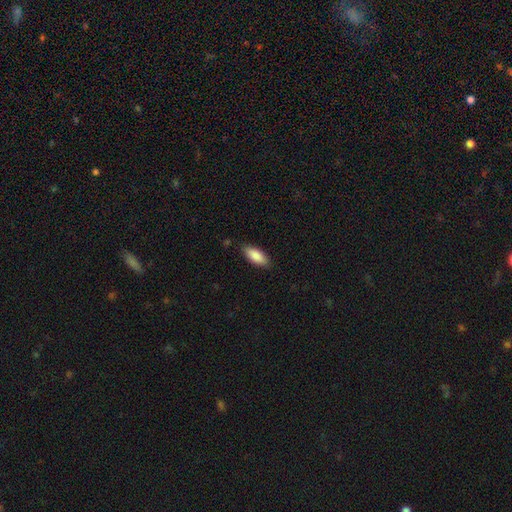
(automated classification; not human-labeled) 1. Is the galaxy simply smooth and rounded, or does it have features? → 87% smooth, 8% featured or disk, 6% star or artifact.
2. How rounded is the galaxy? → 79% in between, 20% cigar-shaped, 2% round.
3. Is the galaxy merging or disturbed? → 85% none, 11% minor disturbance, 2% major disturbance, 1% merger.